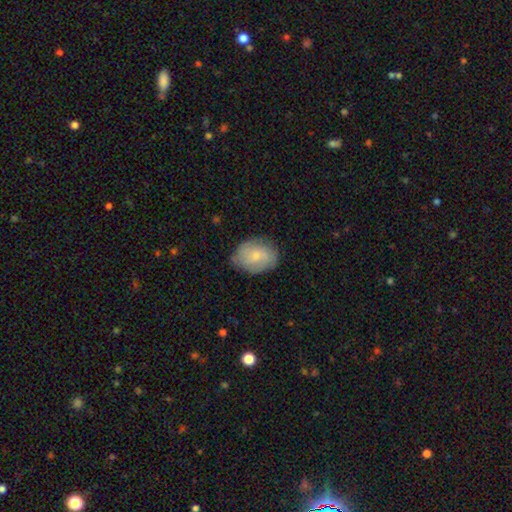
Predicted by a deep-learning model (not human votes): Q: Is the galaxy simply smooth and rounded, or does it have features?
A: smooth — 61%.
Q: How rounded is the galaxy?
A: in between — 66%.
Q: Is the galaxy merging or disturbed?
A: none — 72%.